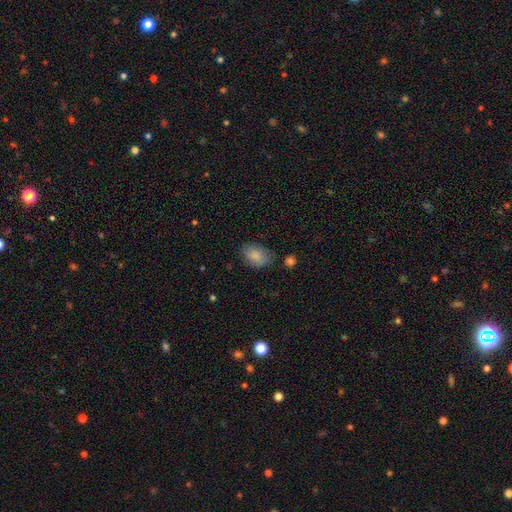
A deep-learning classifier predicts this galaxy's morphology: The model was most divided on "merging": none: 72%, minor disturbance: 20%, major disturbance: 5%, merger: 3%. More confident: how rounded — in between (86%); smooth or featured — smooth (85%).